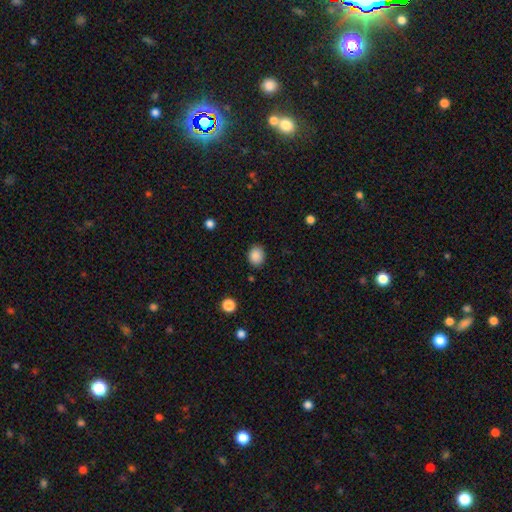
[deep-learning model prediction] Q: Smooth or featured?
A: smooth (88%); runner-up: star or artifact (9%)
Q: How rounded?
A: round (53%); runner-up: in between (46%)
Q: Merging?
A: none (87%); runner-up: minor disturbance (9%)